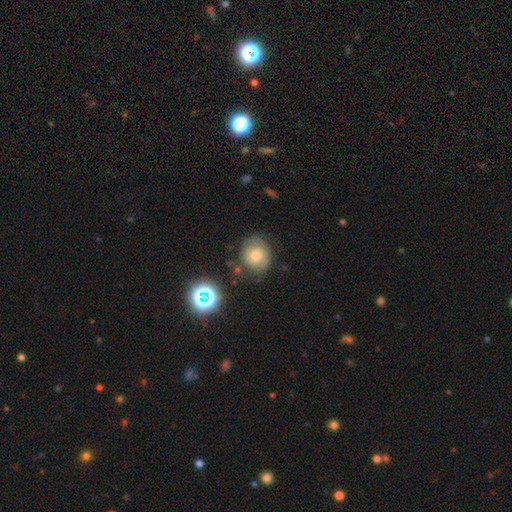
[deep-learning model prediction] A smooth galaxy with no disk features (59%) that is round (75%). Merging: none (66%).